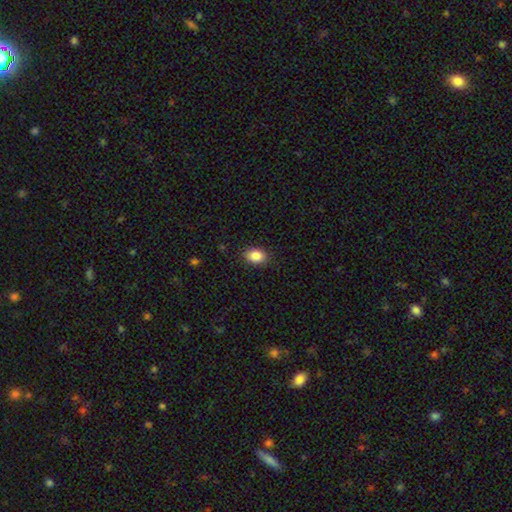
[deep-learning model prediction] Overall: smooth (87%). How rounded: in between (78%). Merging: none (88%).